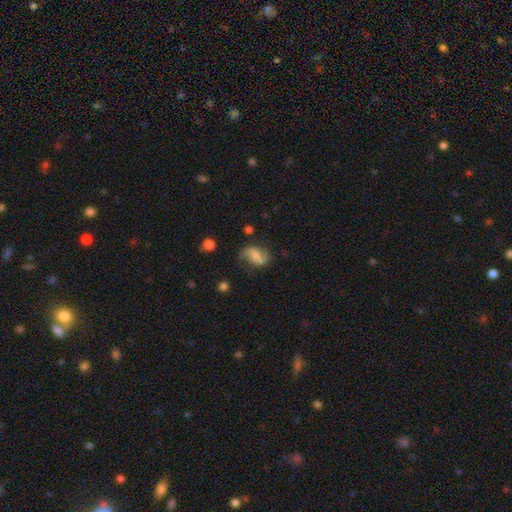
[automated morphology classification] Overall: featured or disk (66%; smooth 26%). Edge-on disk: no (97%). Bar: no (45%; weak 40%). Spiral arms: yes (92%). Spiral arm count: 2 (90%). Spiral winding: loose (60%; medium 30%). Bulge size: small (46%; moderate 29%). Merging: none (68%).